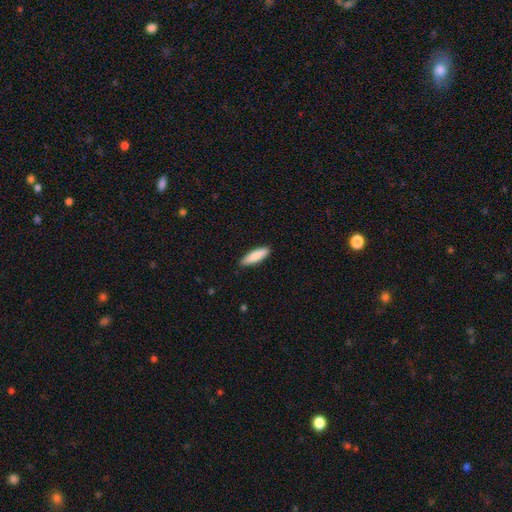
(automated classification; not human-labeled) Overall: smooth (86%). How rounded: cigar-shaped (57%; in between 42%). Merging: none (89%).